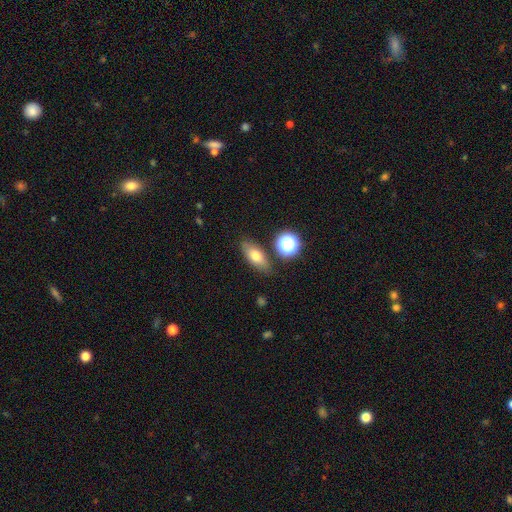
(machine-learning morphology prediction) Overall: smooth (70%). How rounded: in between (75%). Merging: none (79%).